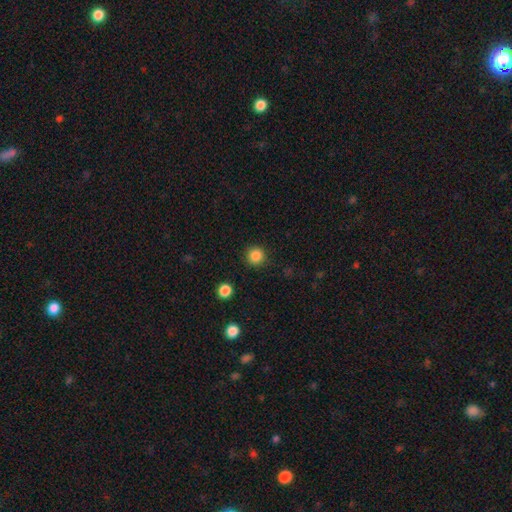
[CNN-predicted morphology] smooth-or-featured: smooth: 85% | star or artifact: 11% | featured or disk: 3%
  how-rounded: round: 95% | in between: 4% | cigar-shaped: 1%
  merging: none: 90% | minor disturbance: 6% | major disturbance: 2% | merger: 1%